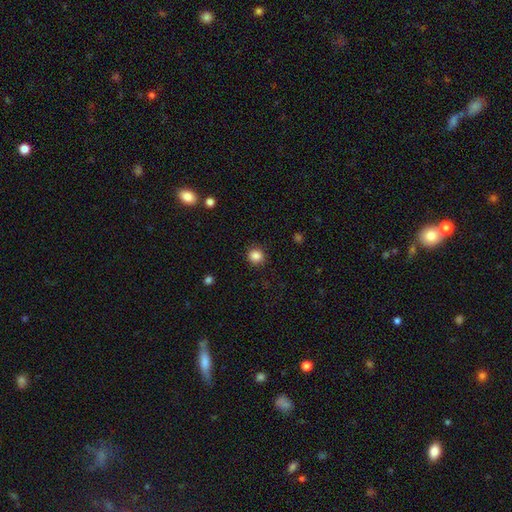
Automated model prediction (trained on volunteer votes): Smooth or featured: smooth — 86% (star or artifact — 11%)
How rounded: round — 92% (in between — 7%)
Merging: none — 90% (minor disturbance — 7%)